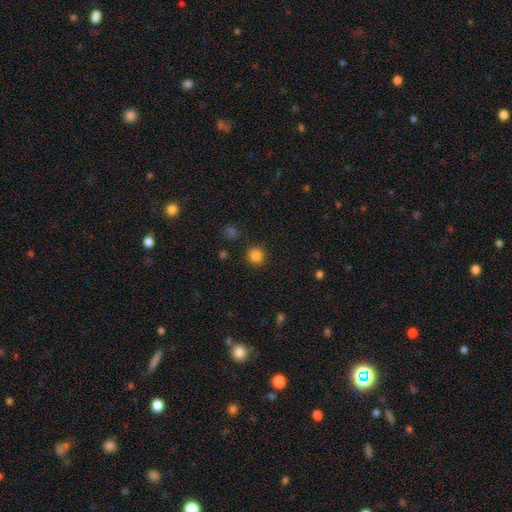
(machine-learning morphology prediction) This appears to be a smooth galaxy with no disk features (85%) that is round (94%). Merging: none (91%).